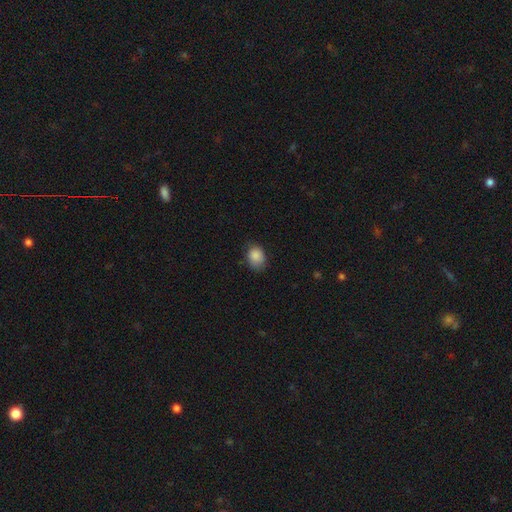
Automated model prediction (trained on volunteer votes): Smooth or featured: smooth — 87% (star or artifact — 8%)
How rounded: in between — 57% (round — 42%)
Merging: none — 70% (minor disturbance — 24%)